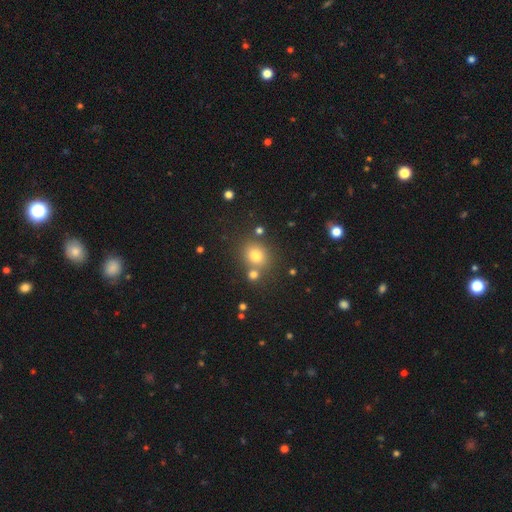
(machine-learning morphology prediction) Q: Smooth or featured?
A: smooth (75%); runner-up: star or artifact (15%)
Q: How rounded?
A: round (72%); runner-up: in between (27%)
Q: Merging?
A: none (68%); runner-up: merger (18%)